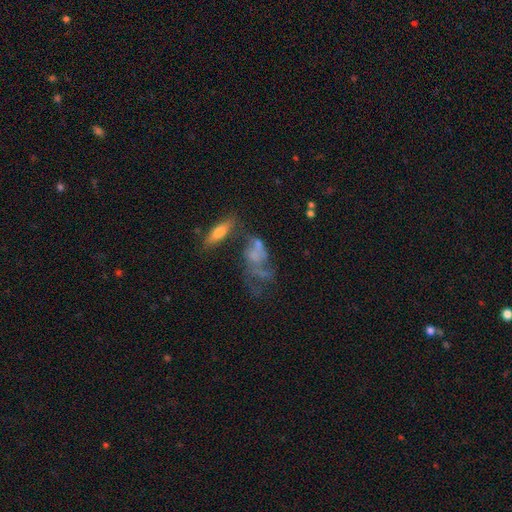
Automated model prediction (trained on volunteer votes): Morphology: type=featured or disk (47%); merging=major disturbance (33%).